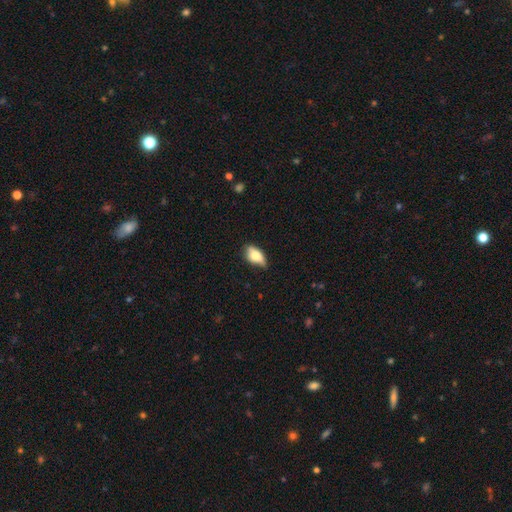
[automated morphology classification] Smooth or featured? Predicted: smooth (p=0.70). How rounded? Predicted: in between (p=0.87). Merging? Predicted: none (p=0.62).